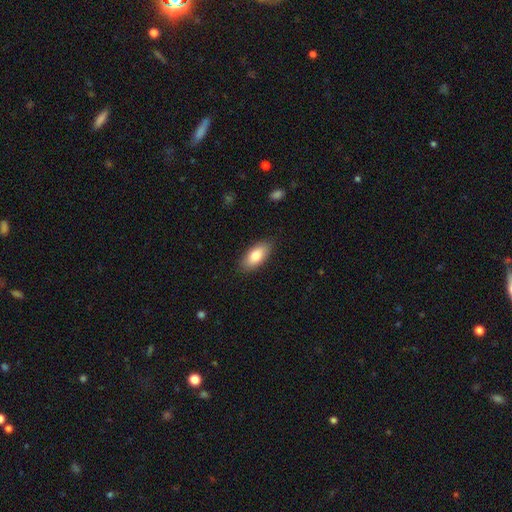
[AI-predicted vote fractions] Smooth or featured? Predicted: smooth (p=0.81). How rounded? Predicted: in between (p=0.89). Merging? Predicted: none (p=0.85).